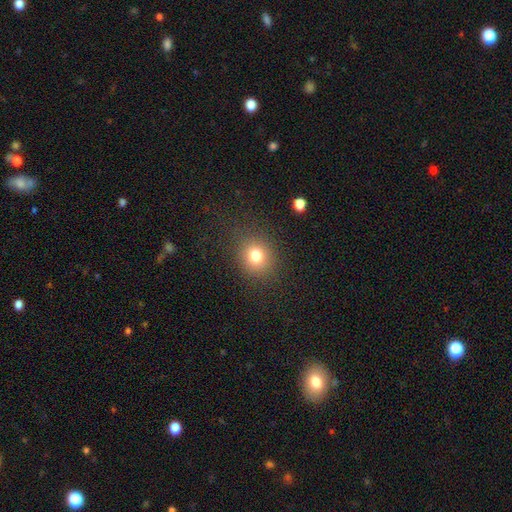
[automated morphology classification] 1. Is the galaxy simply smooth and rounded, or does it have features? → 78% smooth, 14% star or artifact, 8% featured or disk.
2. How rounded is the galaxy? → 75% round, 24% in between, 1% cigar-shaped.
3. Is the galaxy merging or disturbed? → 85% none, 9% minor disturbance, 5% major disturbance, 1% merger.